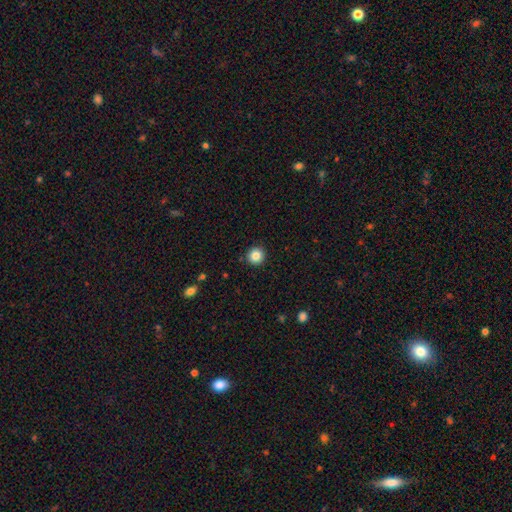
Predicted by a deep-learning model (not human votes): This is clearly a smooth galaxy (85%). How rounded: clearly round (94%). Merging: clearly none (92%).